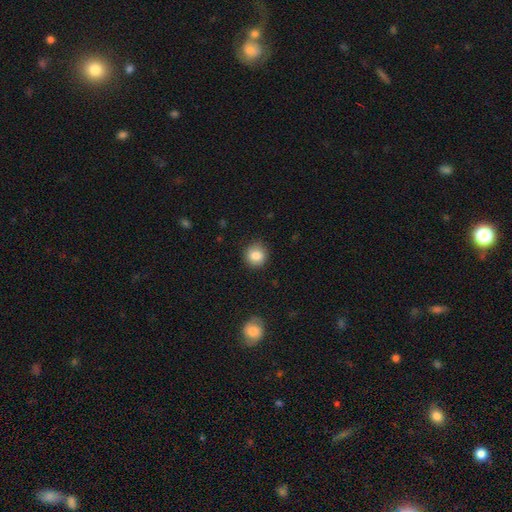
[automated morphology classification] Smooth or featured?
  - smooth: 85% *
  - star or artifact: 9%
  - featured or disk: 6%
How rounded?
  - round: 89% *
  - in between: 10%
  - cigar-shaped: 1%
Merging?
  - none: 89% *
  - minor disturbance: 8%
  - major disturbance: 2%
  - merger: 1%